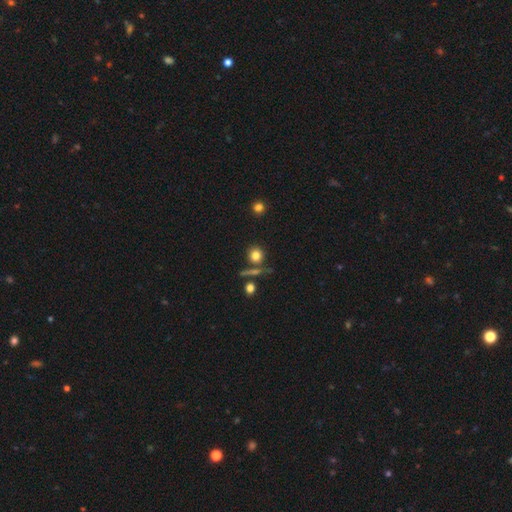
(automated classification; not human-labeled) This is likely a smooth galaxy (79%). How rounded: clearly round (89%). Merging: likely none (74%).